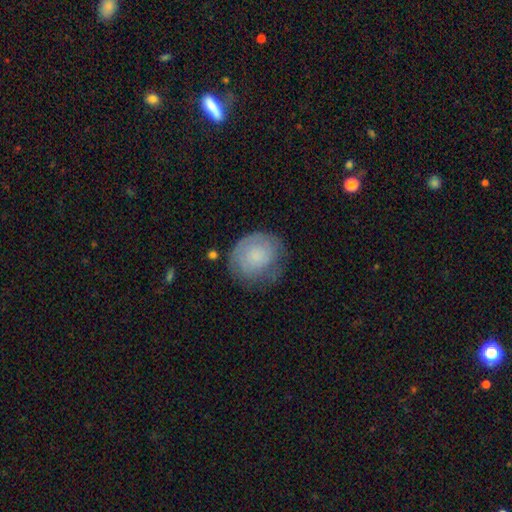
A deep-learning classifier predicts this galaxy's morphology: Smooth or featured: smooth — 62% (featured or disk — 30%)
How rounded: round — 73% (in between — 26%)
Merging: none — 59% (minor disturbance — 26%)